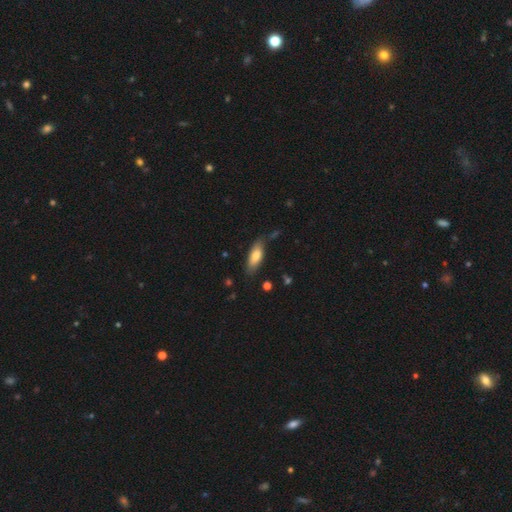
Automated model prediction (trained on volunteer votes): smooth_or_featured: smooth (p=0.76) [alt: featured or disk p=0.18]
how_rounded: in between (p=0.73) [alt: cigar-shaped p=0.25]
merging: none (p=0.69) [alt: minor disturbance p=0.22]